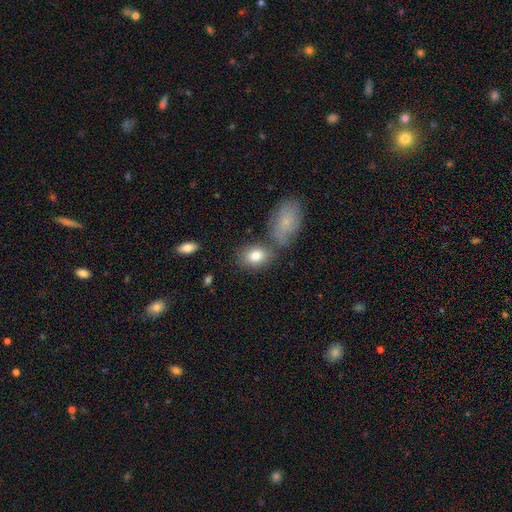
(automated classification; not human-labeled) The model was most divided on "merging": none: 57%, merger: 22%, minor disturbance: 16%, major disturbance: 6%. More confident: smooth or featured — smooth (82%); how rounded — in between (77%).